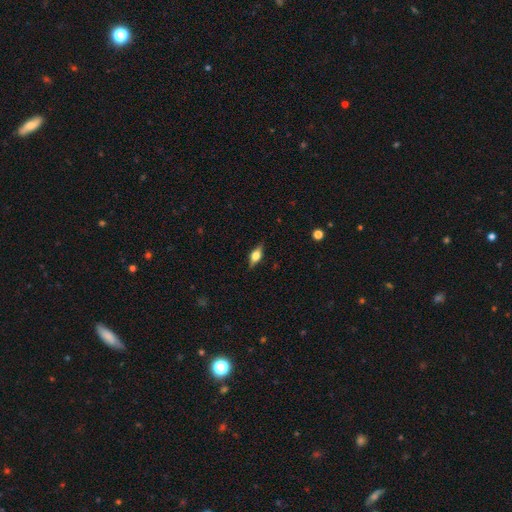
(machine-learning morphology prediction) type=featured or disk (51%); edge-on=yes (93%); merging=none (85%).